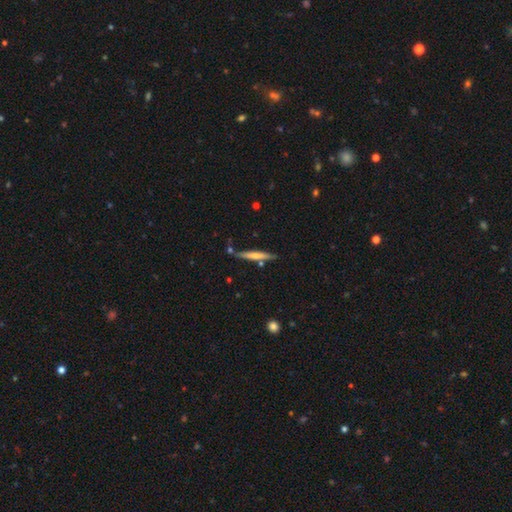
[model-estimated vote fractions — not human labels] smooth 53%, featured or disk 41%, star or artifact 6%. Down the decision tree: how rounded — cigar-shaped (94%); merging — none (78%).